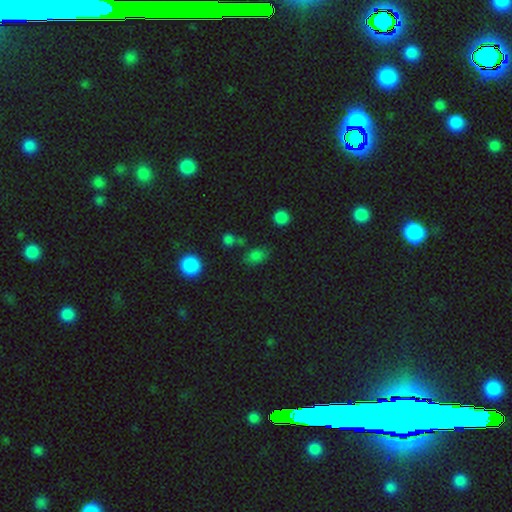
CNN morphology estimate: A smooth galaxy with no disk features (75%) that is in between round and cigar-shaped (71%). Merging: none (68%).